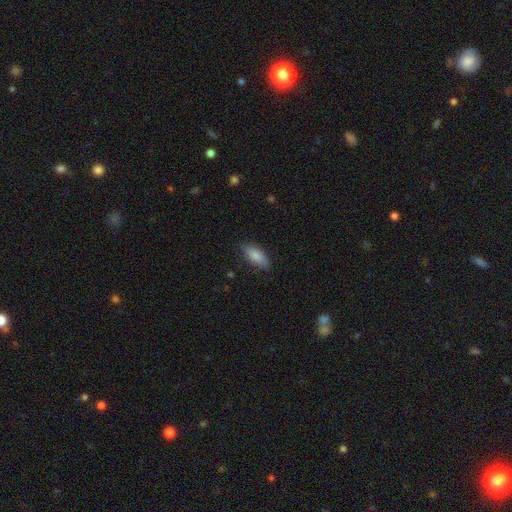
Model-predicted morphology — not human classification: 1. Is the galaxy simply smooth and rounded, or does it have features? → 84% smooth, 10% featured or disk, 6% star or artifact.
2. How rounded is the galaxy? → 79% in between, 19% cigar-shaped, 2% round.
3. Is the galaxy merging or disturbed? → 84% none, 12% minor disturbance, 3% major disturbance, 1% merger.